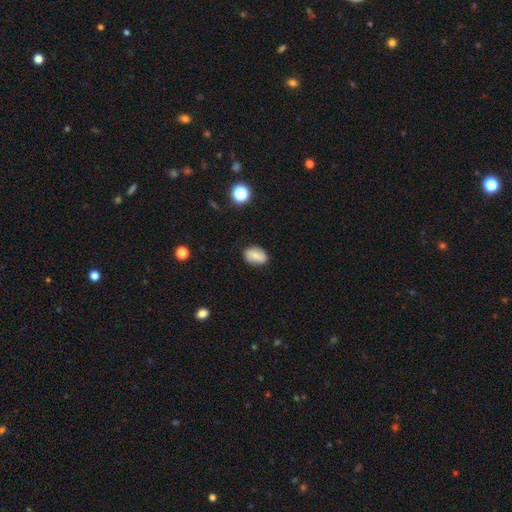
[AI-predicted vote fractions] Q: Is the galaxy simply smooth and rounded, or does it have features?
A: smooth — 69%.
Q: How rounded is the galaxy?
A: in between — 79%.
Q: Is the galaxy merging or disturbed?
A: none — 82%.